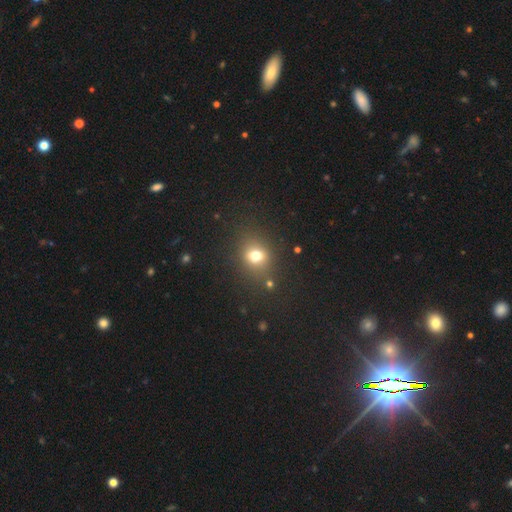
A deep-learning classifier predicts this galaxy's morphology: This is likely a smooth galaxy (72%). How rounded: likely round (62%). Merging: likely none (77%).